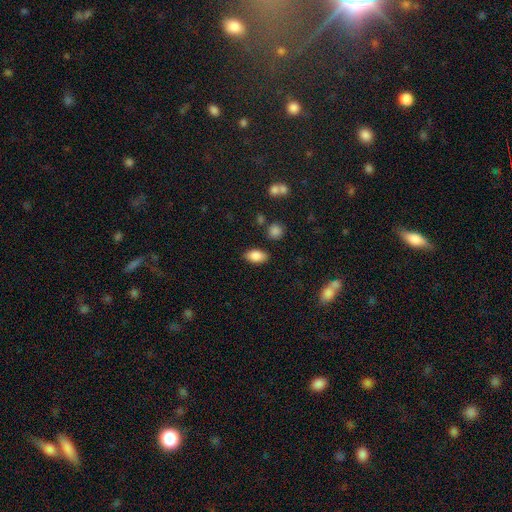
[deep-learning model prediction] This appears to be a smooth galaxy with no disk features (85%) that is in between round and cigar-shaped (91%). Merging: none (83%).